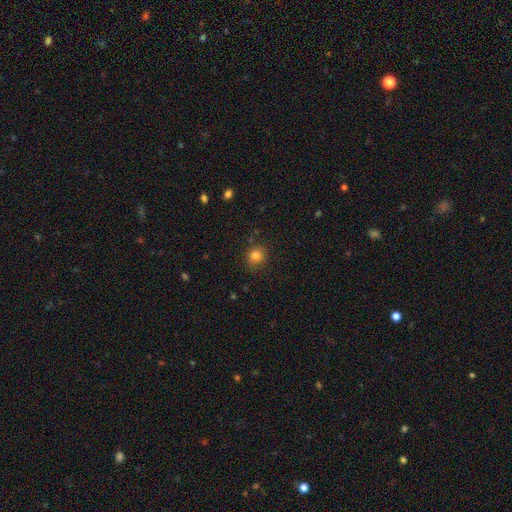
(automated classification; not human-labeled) The model was most divided on "smooth or featured": smooth: 82%, star or artifact: 13%, featured or disk: 5%. More confident: merging — none (87%); how rounded — round (87%).